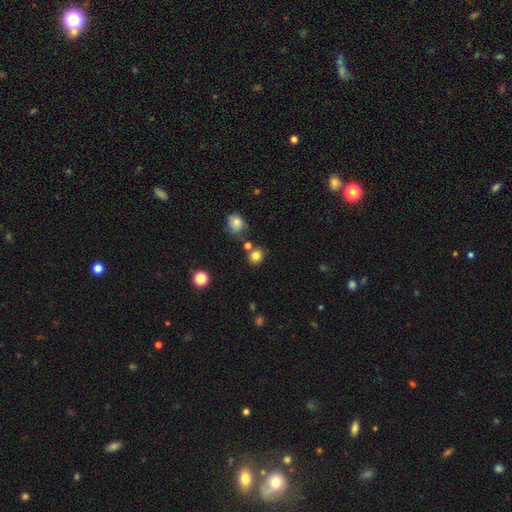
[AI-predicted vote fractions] Q: Smooth or featured?
A: smooth (80%); runner-up: star or artifact (13%)
Q: How rounded?
A: round (81%); runner-up: in between (18%)
Q: Merging?
A: none (73%); runner-up: merger (12%)